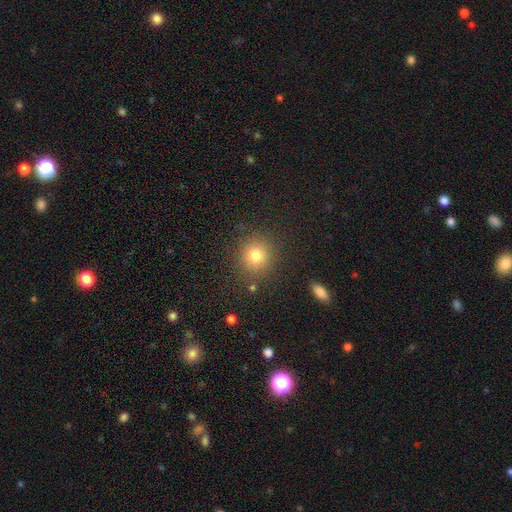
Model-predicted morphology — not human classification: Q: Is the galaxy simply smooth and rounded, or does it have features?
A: smooth — 78%.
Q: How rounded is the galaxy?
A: round — 89%.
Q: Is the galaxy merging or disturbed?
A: none — 87%.